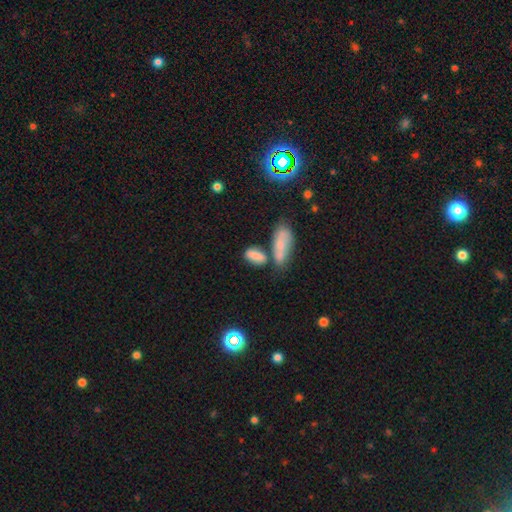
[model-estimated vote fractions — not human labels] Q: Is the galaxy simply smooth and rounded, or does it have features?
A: smooth — 79%.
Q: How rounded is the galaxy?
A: in between — 85%.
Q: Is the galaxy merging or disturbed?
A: none — 45%.